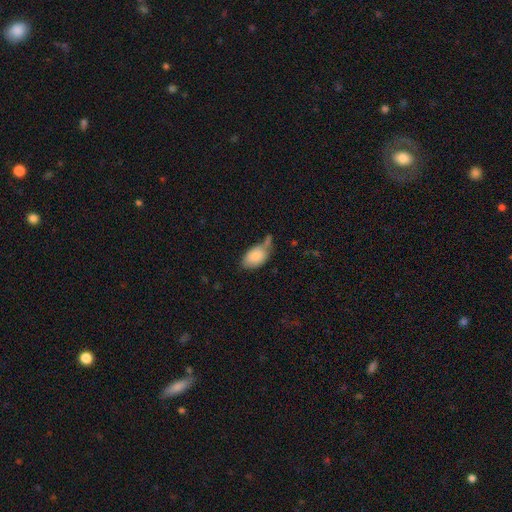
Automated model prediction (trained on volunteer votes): smooth-or-featured: smooth: 84% | featured or disk: 9% | star or artifact: 7%
  how-rounded: in between: 91% | round: 7% | cigar-shaped: 2%
  merging: none: 41% | minor disturbance: 29% | merger: 19% | major disturbance: 11%